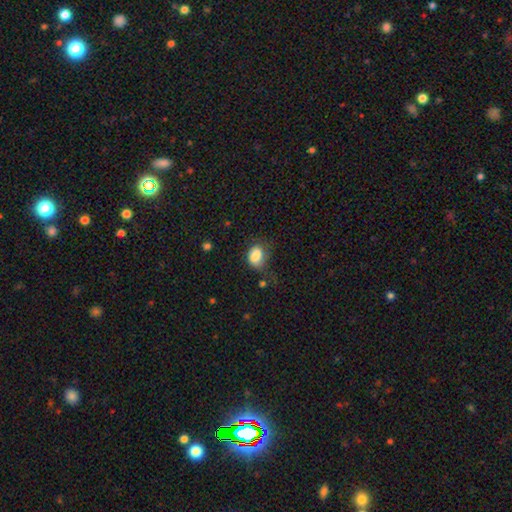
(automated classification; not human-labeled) A smooth galaxy with no disk features (84%) that is in between round and cigar-shaped (71%). Merging: none (42%).